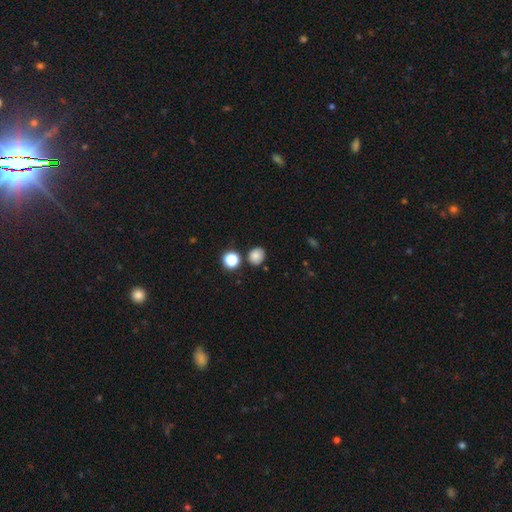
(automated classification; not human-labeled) smooth-or-featured: smooth: 82% | star or artifact: 13% | featured or disk: 5%
  how-rounded: round: 70% | in between: 29% | cigar-shaped: 1%
  merging: none: 81% | minor disturbance: 10% | merger: 6% | major disturbance: 3%